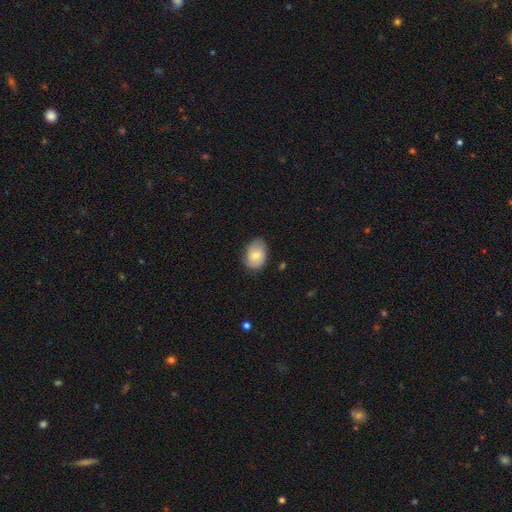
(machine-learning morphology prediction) Overall: smooth (73%). How rounded: in between (78%). Merging: none (72%).